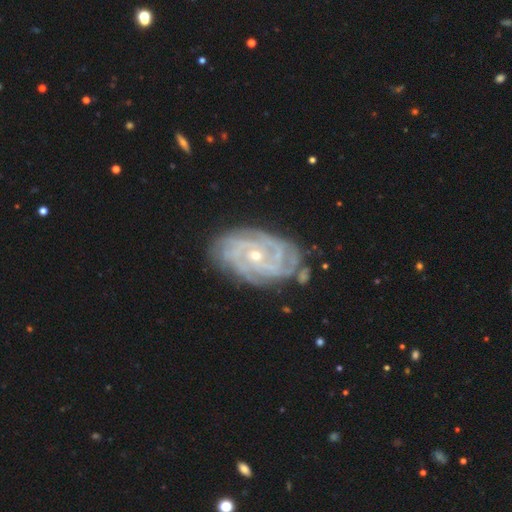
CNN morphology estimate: This is clearly a featured or disk galaxy (89%). It is clearly not viewed edge-on (96%). Bar: likely no (69%). Spiral arm pattern: clearly yes (97%). Spiral arm count: marginally can't tell (28%). Spiral winding: likely tight (74%). Central bulge: likely small (64%). Merging: likely none (74%).